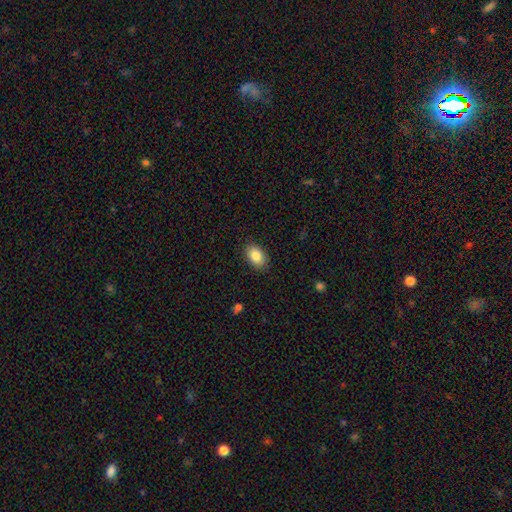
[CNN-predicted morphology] A smooth galaxy with no disk features (85%) that is in between round and cigar-shaped (87%).

Vote fractions:
- Smooth or featured? smooth: 85% / star or artifact: 7% / featured or disk: 7%
- How rounded? in between: 87% / round: 12% / cigar-shaped: 1%
- Merging? none: 88% / minor disturbance: 9% / major disturbance: 2% / merger: 1%